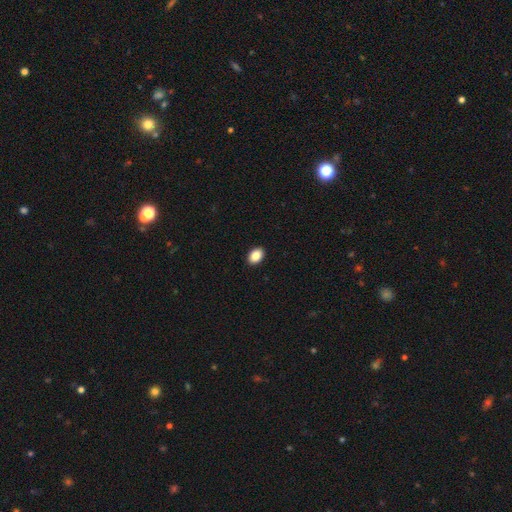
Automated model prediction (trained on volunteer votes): Q: Smooth or featured?
A: smooth (89%); runner-up: star or artifact (8%)
Q: How rounded?
A: in between (84%); runner-up: round (15%)
Q: Merging?
A: none (92%); runner-up: minor disturbance (6%)